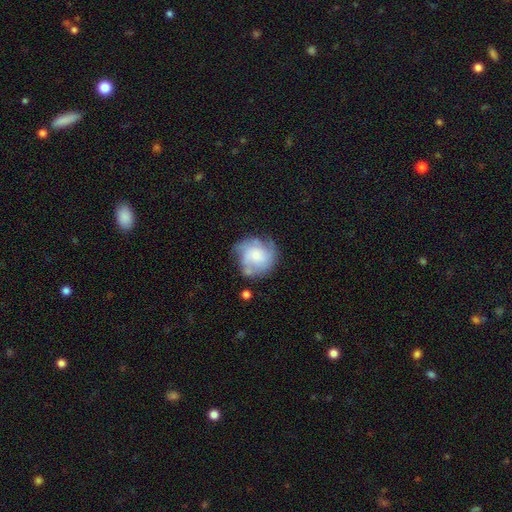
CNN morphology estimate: This is possibly a featured or disk galaxy (56%). It is clearly not viewed edge-on (98%). Bar: likely no (78%). Spiral arm pattern: clearly yes (80%). Central bulge: marginally small (41%). Merging: possibly none (60%).